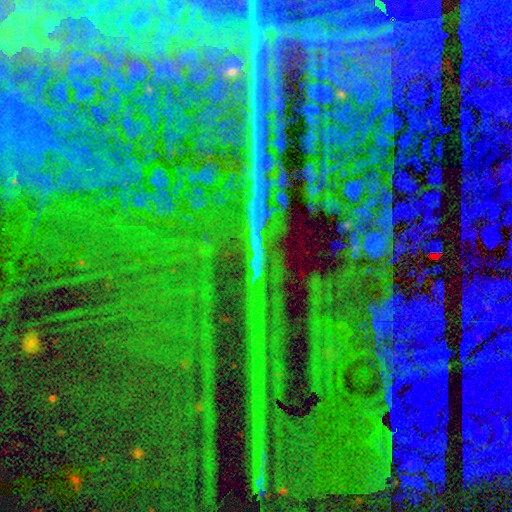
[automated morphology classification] smooth-or-featured: star or artifact: 84% | featured or disk: 8% | smooth: 7%